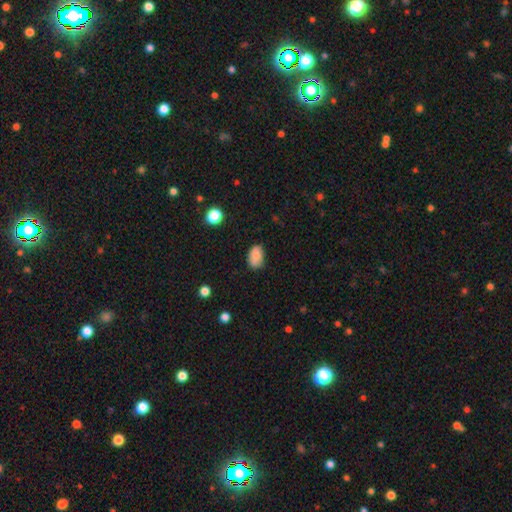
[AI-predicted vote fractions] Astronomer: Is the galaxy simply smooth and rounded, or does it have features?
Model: smooth — 84%.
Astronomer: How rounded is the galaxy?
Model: in between — 87%.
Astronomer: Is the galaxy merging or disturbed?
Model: none — 70%.